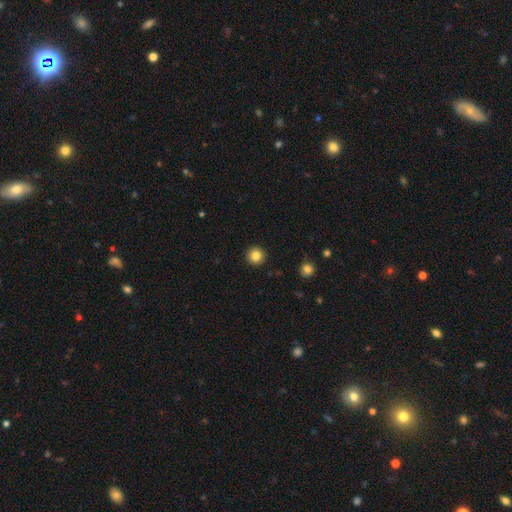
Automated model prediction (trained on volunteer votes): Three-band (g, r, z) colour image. It shows a smooth galaxy with no disk features (85%) that is round (95%). Merging: none (93%).